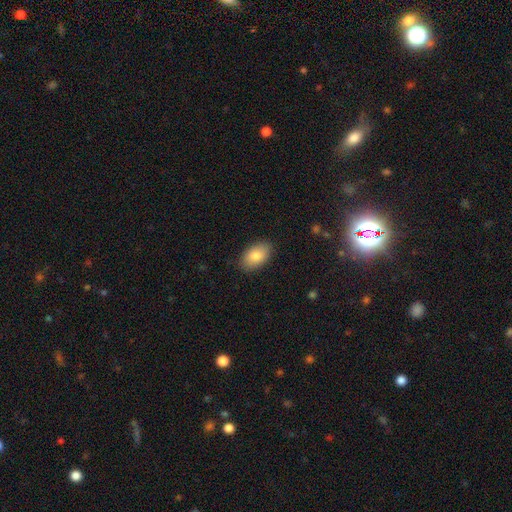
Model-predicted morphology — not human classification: A smooth galaxy with no disk features (82%) that is in between round and cigar-shaped (92%). Merging: none (87%).